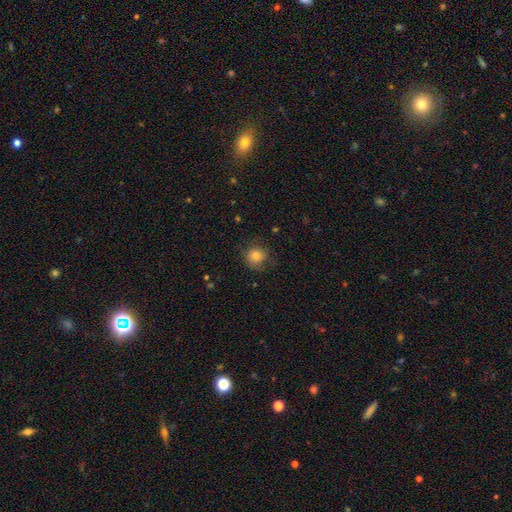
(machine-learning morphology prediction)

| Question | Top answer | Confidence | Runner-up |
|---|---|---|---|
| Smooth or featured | smooth | 82% | star or artifact (10%) |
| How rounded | round | 86% | in between (13%) |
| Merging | none | 71% | minor disturbance (20%) |